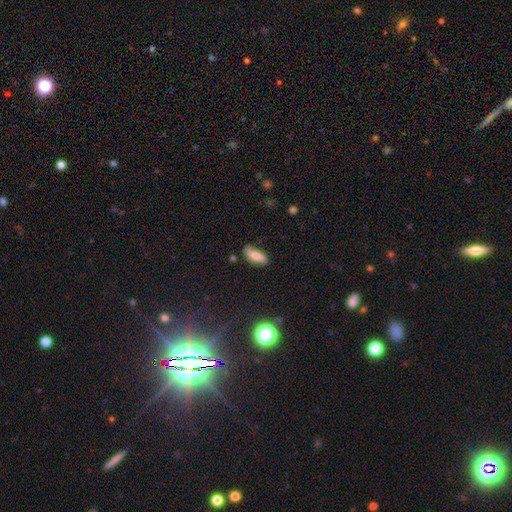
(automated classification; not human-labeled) smooth 72%, featured or disk 19%, star or artifact 9%. Down the decision tree: how rounded — in between (71%); merging — none (70%).